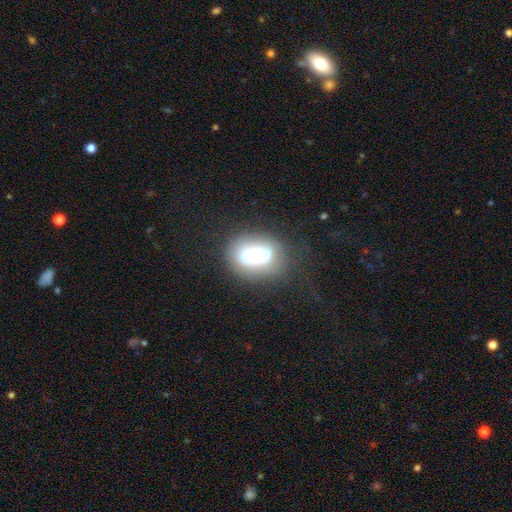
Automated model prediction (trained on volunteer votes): A smooth galaxy with no disk features (48%). Merging: none (60%).